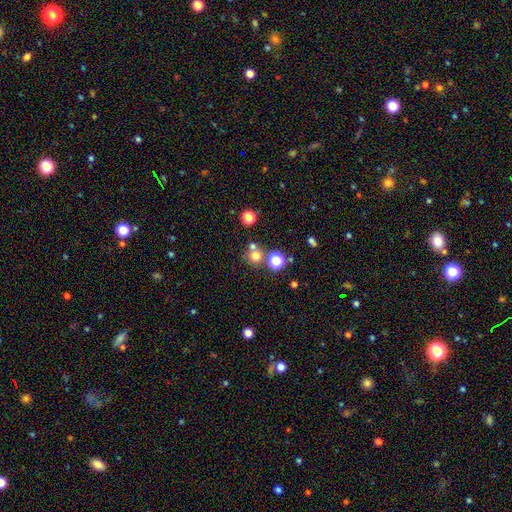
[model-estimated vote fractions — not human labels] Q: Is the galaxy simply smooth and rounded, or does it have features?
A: smooth — 69%.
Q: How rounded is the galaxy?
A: round — 90%.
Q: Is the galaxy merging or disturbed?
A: none — 63%.